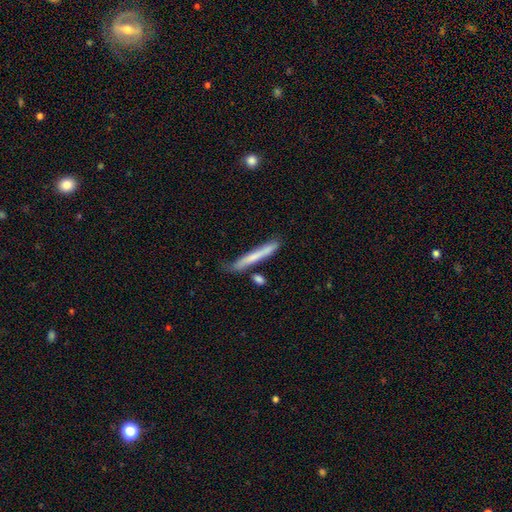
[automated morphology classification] Smooth or featured? smooth (65%)
How rounded? cigar-shaped (96%)
Merging? none (68%)